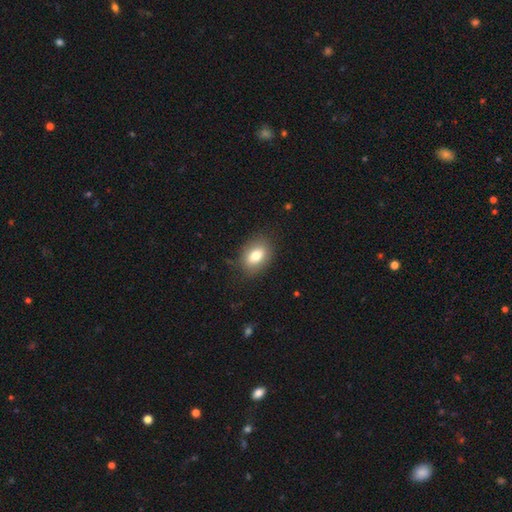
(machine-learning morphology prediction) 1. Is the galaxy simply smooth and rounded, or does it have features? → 79% smooth, 13% featured or disk, 9% star or artifact.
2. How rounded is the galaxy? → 79% in between, 20% round, 2% cigar-shaped.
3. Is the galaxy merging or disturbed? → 83% none, 12% minor disturbance, 3% major disturbance, 1% merger.